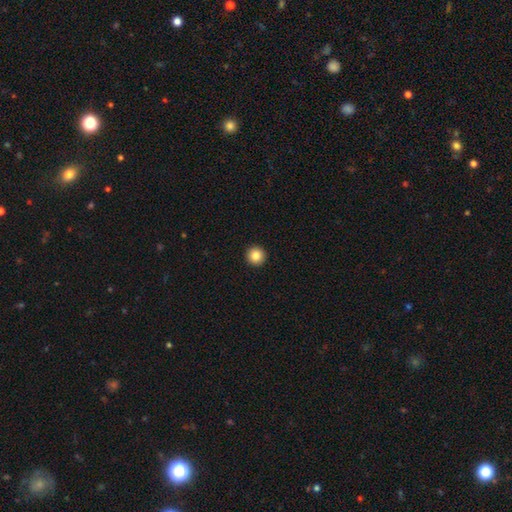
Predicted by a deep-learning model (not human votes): Smooth or featured? smooth (85%)
How rounded? round (96%)
Merging? none (94%)